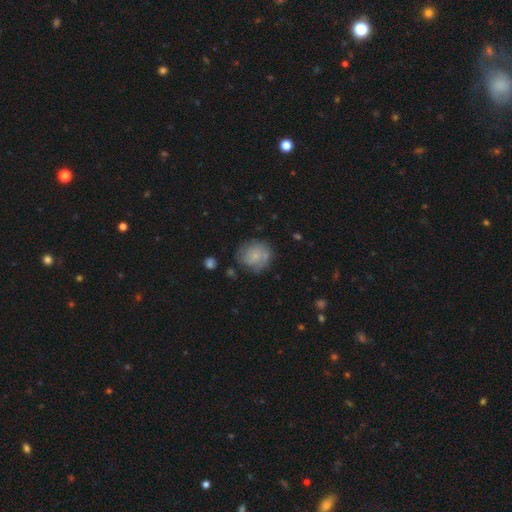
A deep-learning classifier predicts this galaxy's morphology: A smooth galaxy with no disk features (62%) that is round (81%). Merging: none (62%).